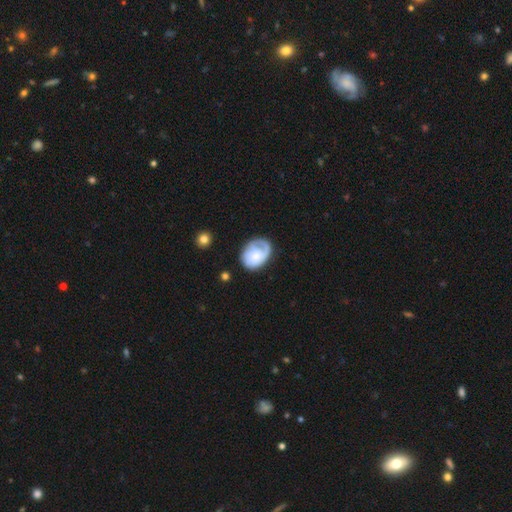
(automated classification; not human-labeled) This is possibly a featured or disk galaxy (50%). It is clearly not viewed edge-on (97%). Merging: possibly none (55%).